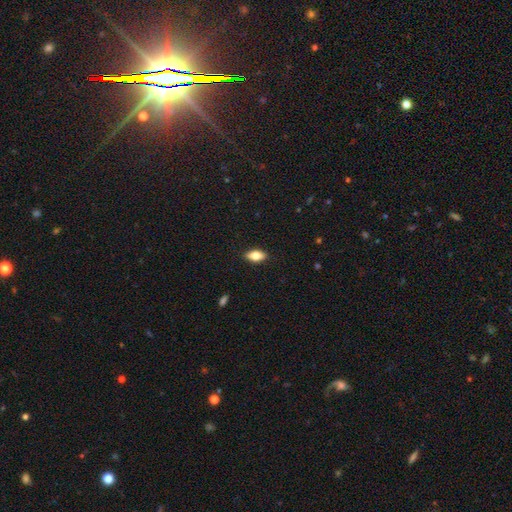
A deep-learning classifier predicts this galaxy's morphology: smooth_or_featured: smooth (p=0.74) [alt: featured or disk p=0.18]
how_rounded: in between (p=0.86) [alt: cigar-shaped p=0.10]
merging: none (p=0.88) [alt: minor disturbance p=0.09]